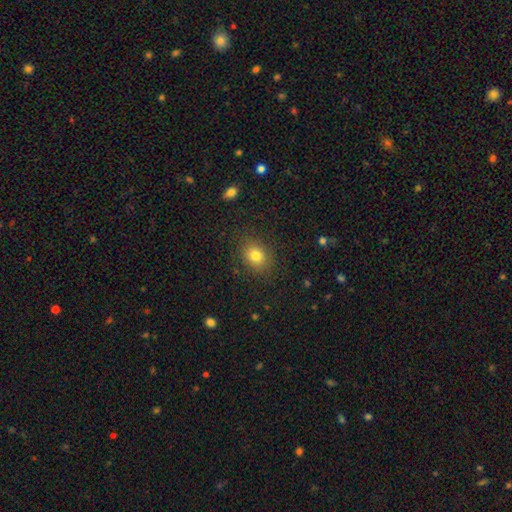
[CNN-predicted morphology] A smooth galaxy with no disk features (80%) that is round (56%).

Vote fractions:
- Smooth or featured? smooth: 80% / star or artifact: 12% / featured or disk: 8%
- How rounded? round: 56% / in between: 43% / cigar-shaped: 1%
- Merging? none: 86% / minor disturbance: 10% / major disturbance: 3% / merger: 1%